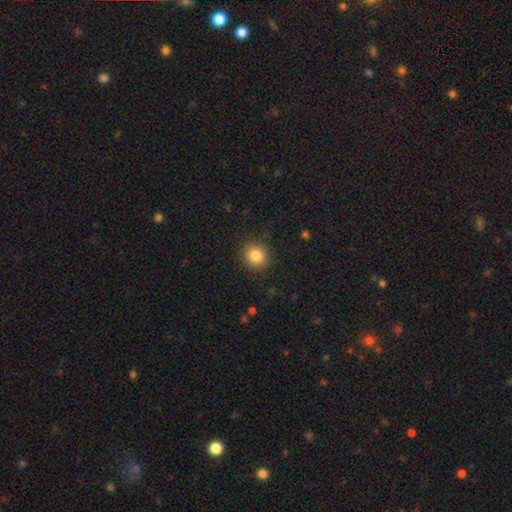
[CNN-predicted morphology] Smooth or featured?
  - smooth: 84% *
  - star or artifact: 10%
  - featured or disk: 6%
How rounded?
  - round: 86% *
  - in between: 13%
  - cigar-shaped: 1%
Merging?
  - none: 89% *
  - minor disturbance: 7%
  - major disturbance: 2%
  - merger: 1%